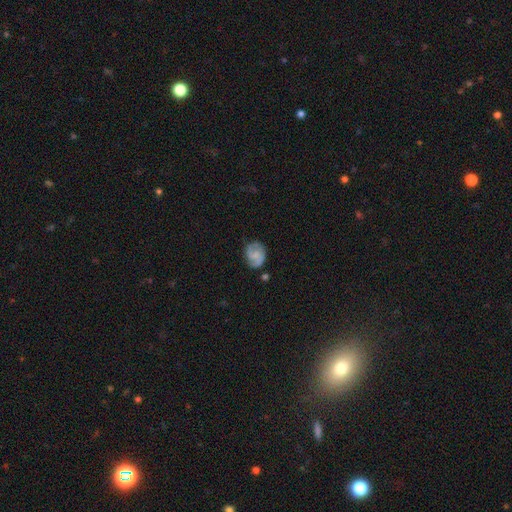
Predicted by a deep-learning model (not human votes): Overall: featured or disk (61%; smooth 31%). Edge-on disk: no (98%). Bar: no (55%; weak 38%). Spiral arms: yes (90%). Spiral arm count: 2 (75%). Spiral winding: medium (47%; tight 32%). Bulge size: small (41%; none 34%). Merging: none (71%).